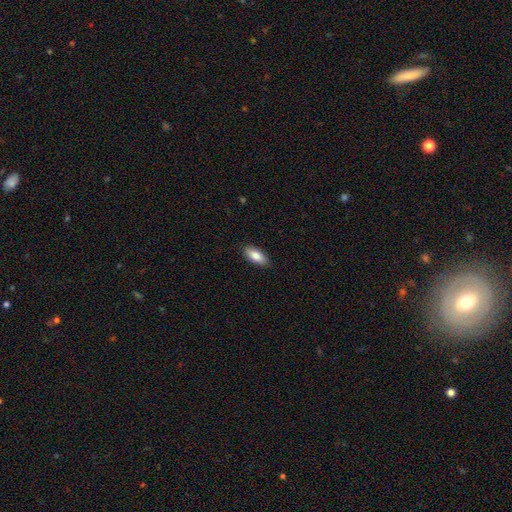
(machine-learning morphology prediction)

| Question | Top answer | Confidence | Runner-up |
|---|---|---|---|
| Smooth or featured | smooth | 84% | featured or disk (10%) |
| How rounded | in between | 86% | cigar-shaped (12%) |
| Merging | none | 88% | minor disturbance (9%) |